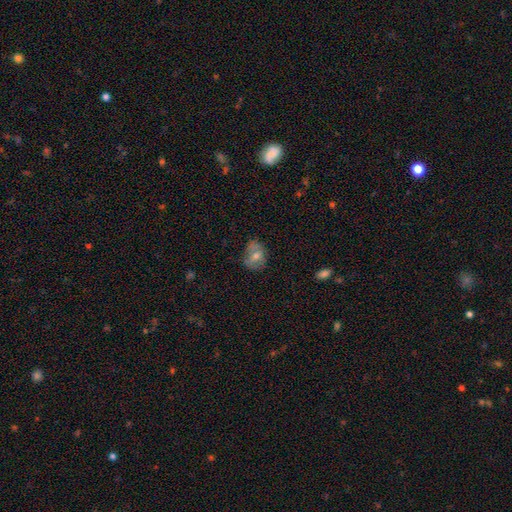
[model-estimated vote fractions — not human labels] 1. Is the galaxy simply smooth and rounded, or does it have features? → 53% smooth, 34% featured or disk, 12% star or artifact.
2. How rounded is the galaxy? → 53% in between, 46% round, 1% cigar-shaped.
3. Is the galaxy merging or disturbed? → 61% none, 25% minor disturbance, 9% major disturbance, 5% merger.